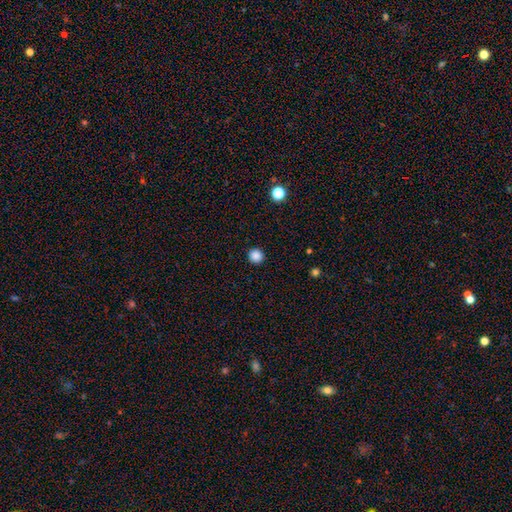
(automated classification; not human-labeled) smooth_or_featured: smooth (p=0.86) [alt: star or artifact p=0.11]
how_rounded: round (p=0.95) [alt: in between p=0.04]
merging: none (p=0.93) [alt: minor disturbance p=0.04]